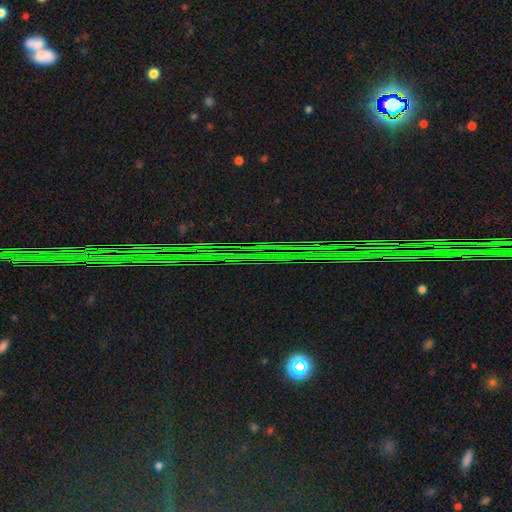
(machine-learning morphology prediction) This is clearly a star or artifact rather than a galaxy (85%).